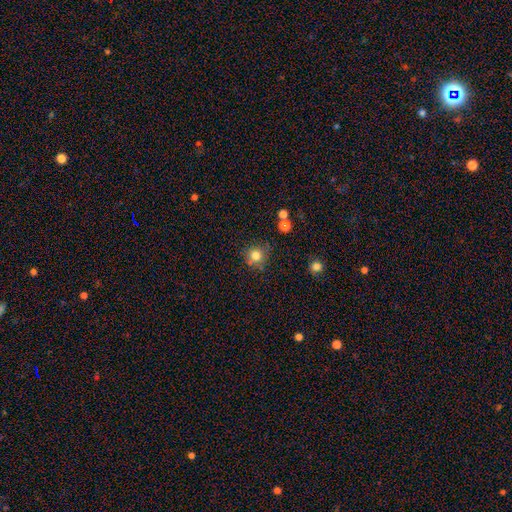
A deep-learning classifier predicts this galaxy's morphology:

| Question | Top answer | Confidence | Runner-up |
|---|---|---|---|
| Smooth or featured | smooth | 79% | star or artifact (13%) |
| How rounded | round | 91% | in between (8%) |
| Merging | none | 75% | minor disturbance (14%) |